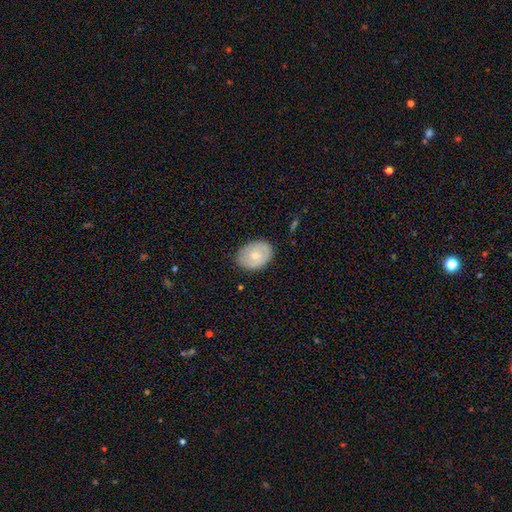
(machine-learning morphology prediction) This appears to be a smooth galaxy with no disk features (64%) that is in between round and cigar-shaped (69%). Merging: none (81%).